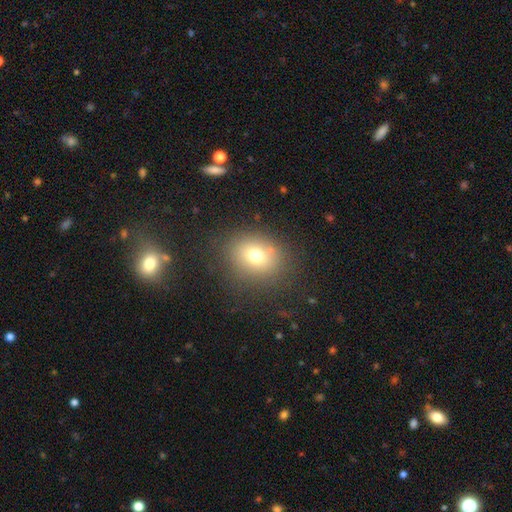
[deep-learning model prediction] smooth_or_featured: smooth (p=0.72) [alt: star or artifact p=0.15]
how_rounded: round (p=0.63) [alt: in between p=0.36]
merging: none (p=0.80) [alt: minor disturbance p=0.12]